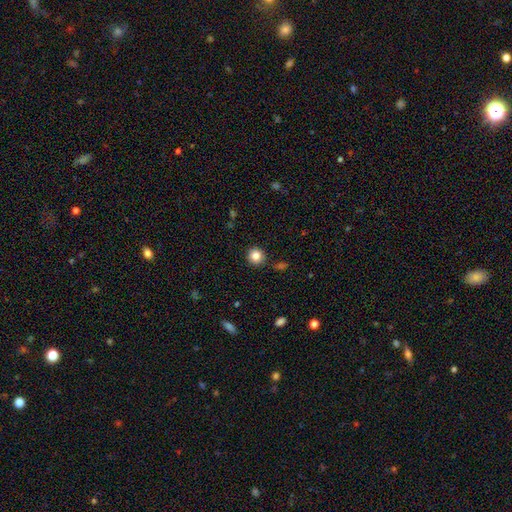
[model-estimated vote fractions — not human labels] A smooth galaxy with no disk features (84%) that is round (92%). Merging: none (87%).